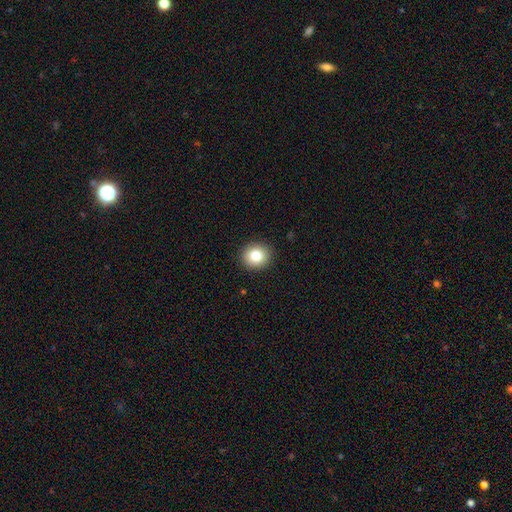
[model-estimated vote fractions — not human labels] Smooth or featured? Predicted: smooth (p=0.84). How rounded? Predicted: round (p=0.81). Merging? Predicted: none (p=0.91).